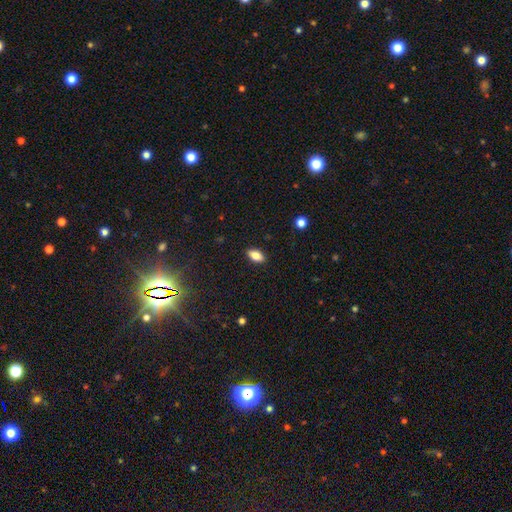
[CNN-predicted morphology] The model was most divided on "smooth or featured": smooth: 78%, featured or disk: 14%, star or artifact: 8%. More confident: merging — none (89%); how rounded — in between (88%).